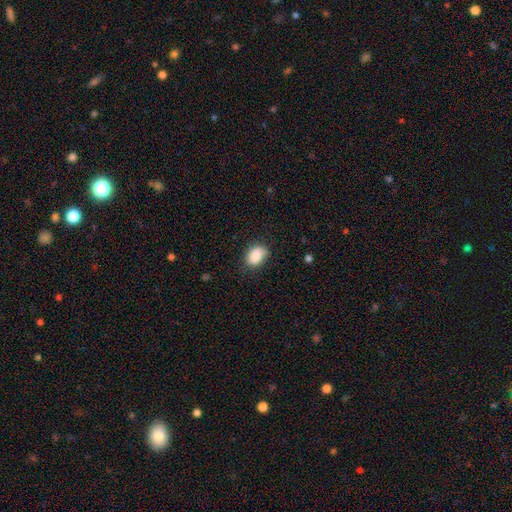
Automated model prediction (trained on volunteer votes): smooth 87%, star or artifact 8%, featured or disk 6%. Down the decision tree: how rounded — in between (79%); merging — none (68%).